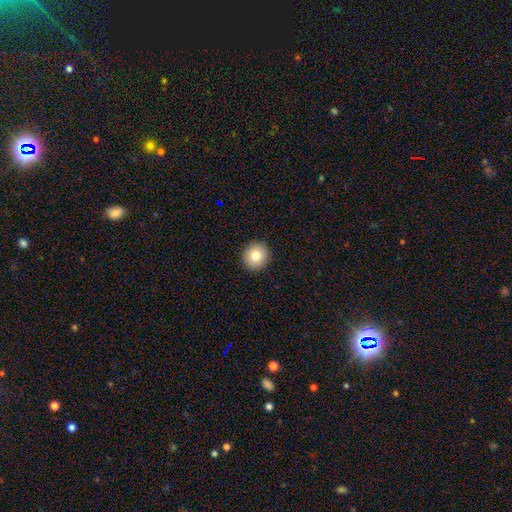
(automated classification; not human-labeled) Overall: smooth (81%). How rounded: round (91%). Merging: none (93%).